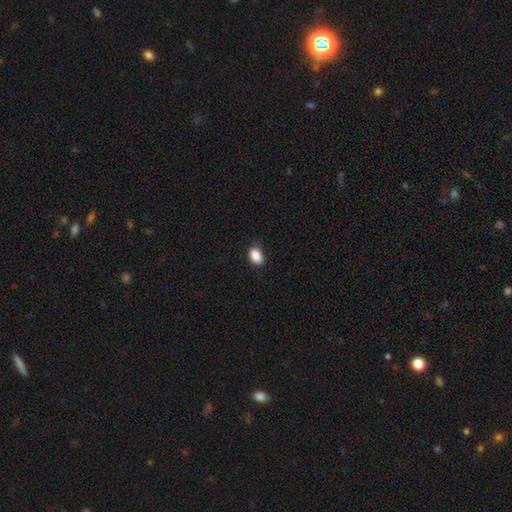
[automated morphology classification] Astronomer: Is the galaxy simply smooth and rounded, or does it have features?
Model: smooth — 89%.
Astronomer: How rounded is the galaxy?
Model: in between — 88%.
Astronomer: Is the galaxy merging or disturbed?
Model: none — 78%.